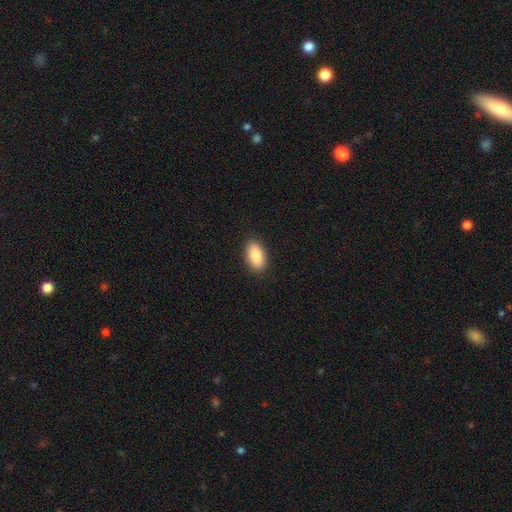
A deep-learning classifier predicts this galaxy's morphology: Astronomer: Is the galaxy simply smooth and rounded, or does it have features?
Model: smooth — 89%.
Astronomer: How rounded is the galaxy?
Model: in between — 93%.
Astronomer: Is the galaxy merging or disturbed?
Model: none — 90%.